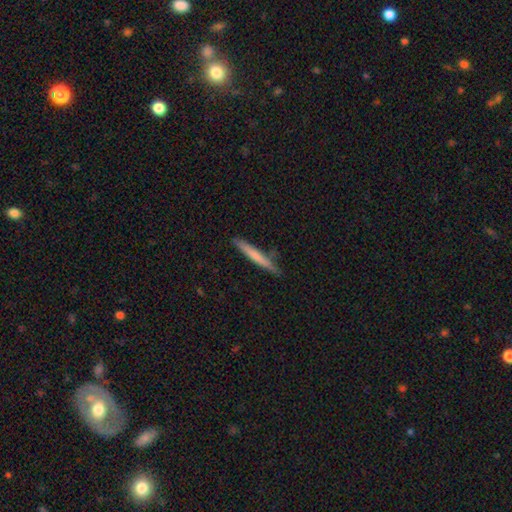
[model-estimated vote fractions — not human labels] Q: Smooth or featured?
A: smooth (66%); runner-up: featured or disk (28%)
Q: How rounded?
A: cigar-shaped (96%); runner-up: in between (3%)
Q: Merging?
A: none (83%); runner-up: minor disturbance (13%)